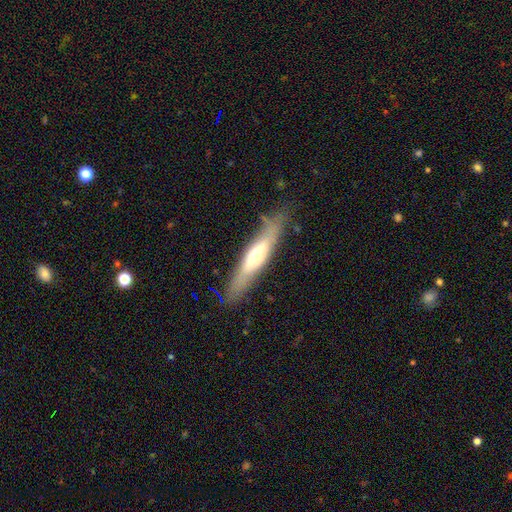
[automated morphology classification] The model was most divided on "smooth or featured": featured or disk: 52%, smooth: 42%, star or artifact: 6%. More confident: merging — none (78%); edge-on disk — yes (77%).